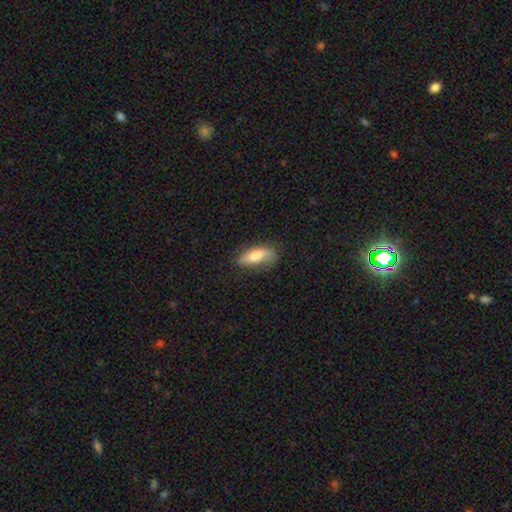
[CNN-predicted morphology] This appears to be a smooth galaxy with no disk features (74%) that is in between round and cigar-shaped (68%). Merging: none (66%).